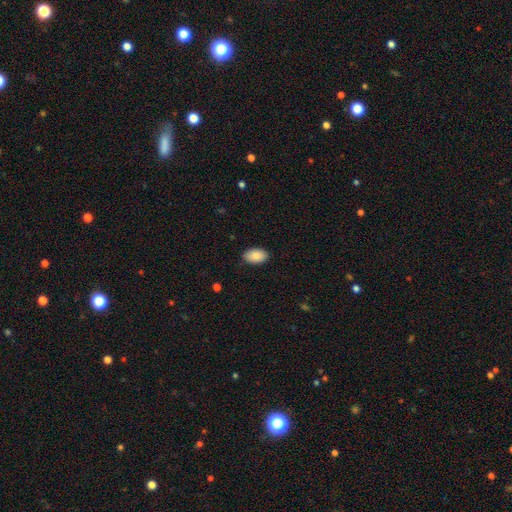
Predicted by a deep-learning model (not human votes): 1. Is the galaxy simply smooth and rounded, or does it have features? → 88% smooth, 6% star or artifact, 6% featured or disk.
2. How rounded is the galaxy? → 93% in between, 6% round, 1% cigar-shaped.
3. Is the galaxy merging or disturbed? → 88% none, 9% minor disturbance, 2% major disturbance, 1% merger.